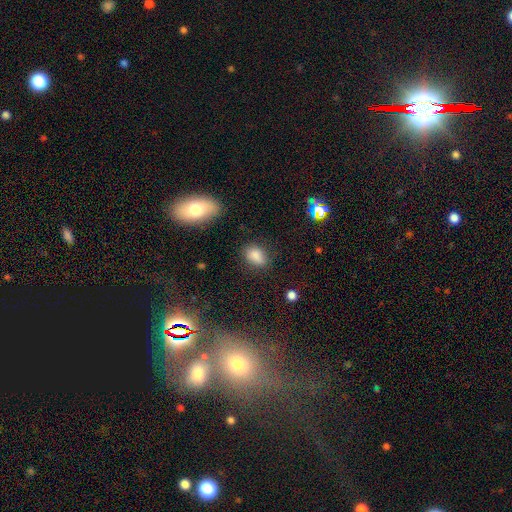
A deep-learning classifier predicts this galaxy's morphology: type=smooth (83%); roundness=in between (77%); merging=none (74%).